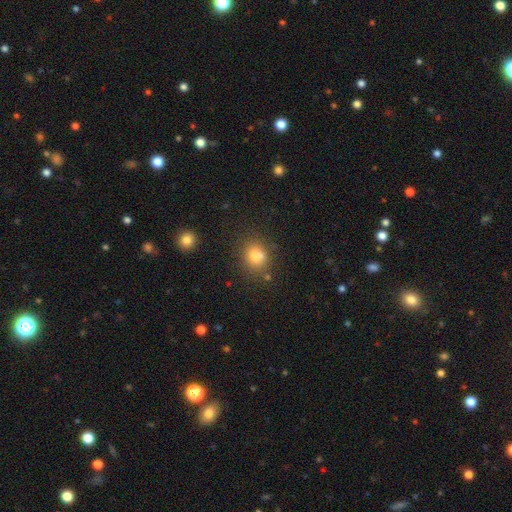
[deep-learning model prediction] Q: Smooth or featured?
A: smooth (77%); runner-up: star or artifact (14%)
Q: How rounded?
A: round (70%); runner-up: in between (29%)
Q: Merging?
A: none (67%); runner-up: merger (15%)